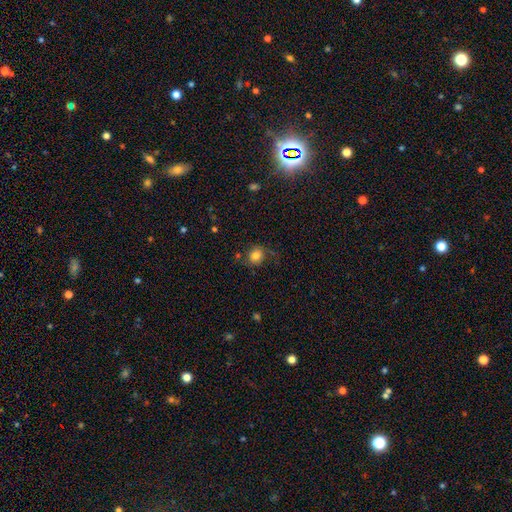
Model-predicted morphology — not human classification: Overall: smooth (78%). How rounded: round (80%). Merging: none (70%).